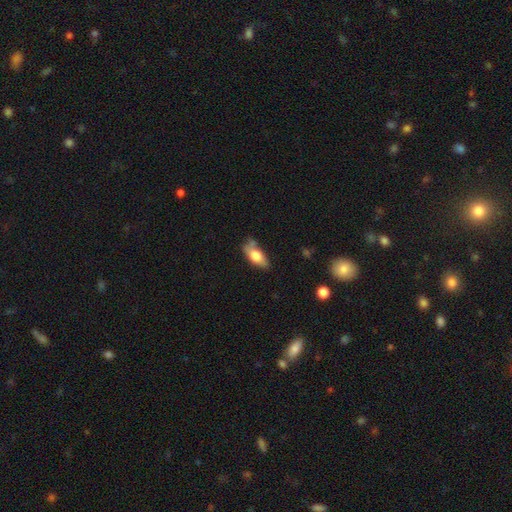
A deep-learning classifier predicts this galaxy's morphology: Q: Smooth or featured?
A: smooth (71%); runner-up: featured or disk (23%)
Q: How rounded?
A: in between (84%); runner-up: cigar-shaped (12%)
Q: Merging?
A: none (50%); runner-up: minor disturbance (31%)